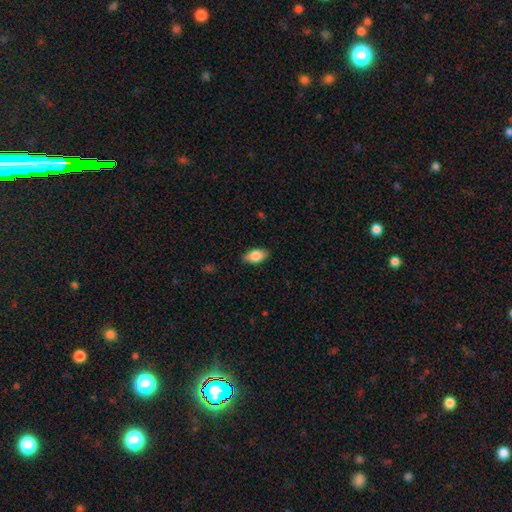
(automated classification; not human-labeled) Smooth or featured?
  - smooth: 83% *
  - featured or disk: 10%
  - star or artifact: 7%
How rounded?
  - in between: 92% *
  - round: 4%
  - cigar-shaped: 4%
Merging?
  - none: 87% *
  - minor disturbance: 10%
  - major disturbance: 2%
  - merger: 1%